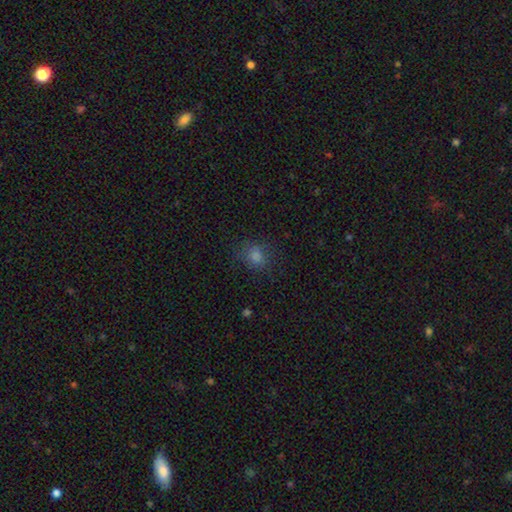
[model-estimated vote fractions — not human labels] smooth_or_featured: smooth (p=0.73) [alt: star or artifact p=0.20]
how_rounded: round (p=0.69) [alt: in between p=0.30]
merging: none (p=0.79) [alt: minor disturbance p=0.14]